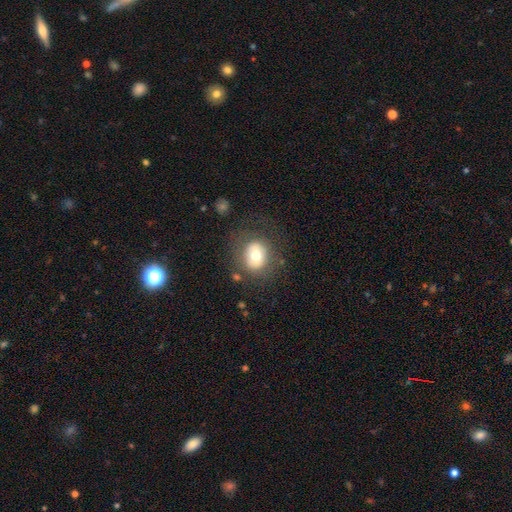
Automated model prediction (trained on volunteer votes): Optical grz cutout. It shows a smooth galaxy with no disk features (63%) that is round (65%). Merging: none (74%).